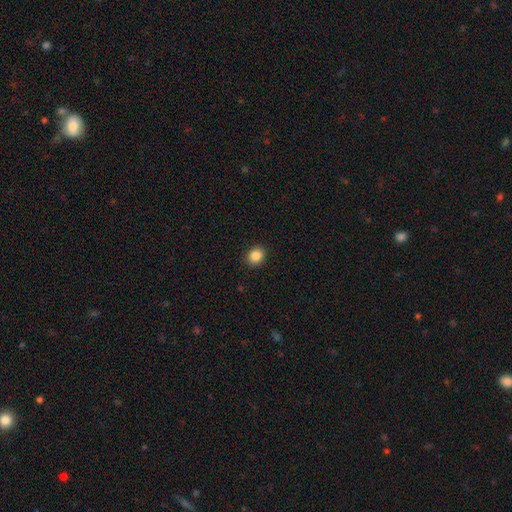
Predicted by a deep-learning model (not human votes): Smooth or featured?
  - smooth: 87% *
  - star or artifact: 10%
  - featured or disk: 4%
How rounded?
  - round: 67% *
  - in between: 32%
  - cigar-shaped: 1%
Merging?
  - none: 91% *
  - minor disturbance: 6%
  - major disturbance: 2%
  - merger: 1%